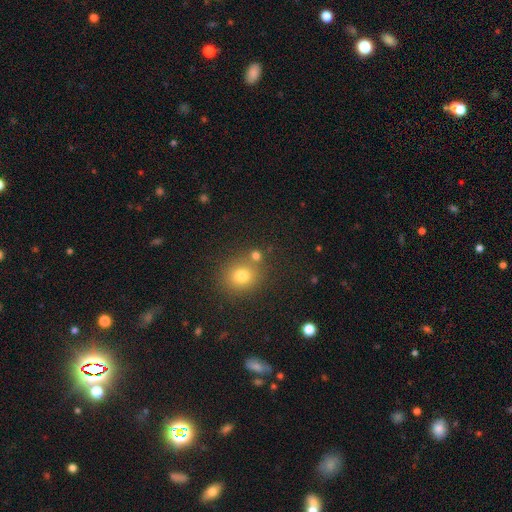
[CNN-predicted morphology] This appears to be a smooth galaxy with no disk features (73%) that is round (81%). Merging: none (68%).